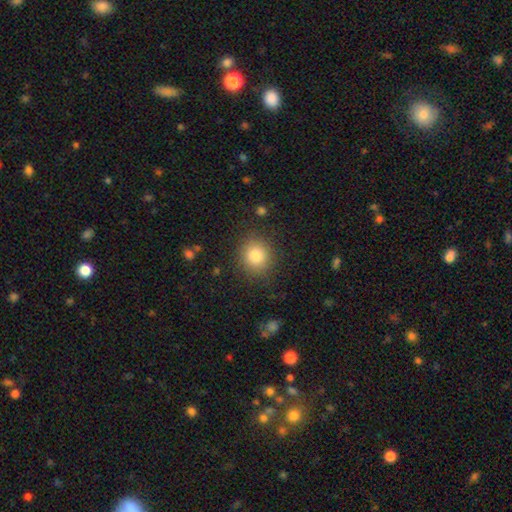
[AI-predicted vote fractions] Smooth or featured? smooth (82%)
How rounded? round (85%)
Merging? none (87%)